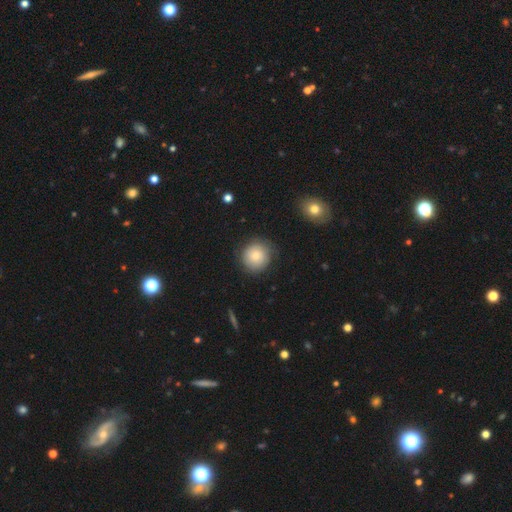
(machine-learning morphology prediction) Q: Smooth or featured?
A: smooth (71%); runner-up: featured or disk (21%)
Q: How rounded?
A: round (91%); runner-up: in between (8%)
Q: Merging?
A: none (80%); runner-up: minor disturbance (14%)